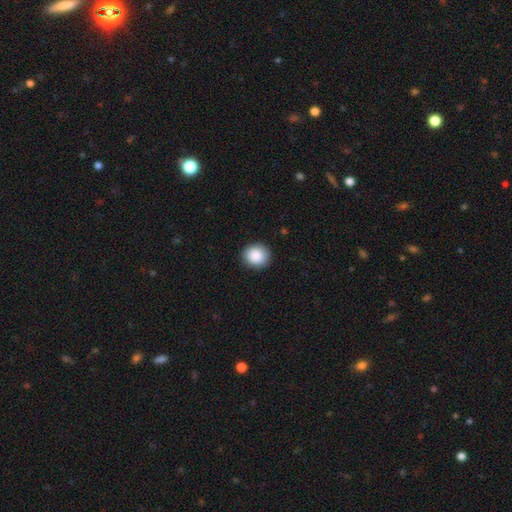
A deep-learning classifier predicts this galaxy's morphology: Smooth or featured: smooth — 89% (star or artifact — 8%)
How rounded: round — 84% (in between — 15%)
Merging: none — 90% (minor disturbance — 7%)